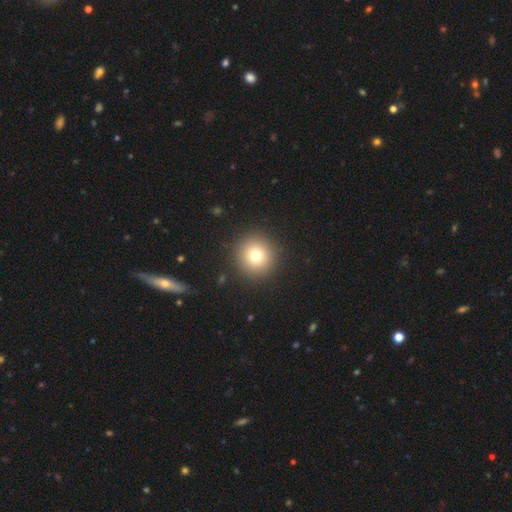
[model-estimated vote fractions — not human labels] Smooth or featured? smooth (77%)
How rounded? round (95%)
Merging? none (92%)